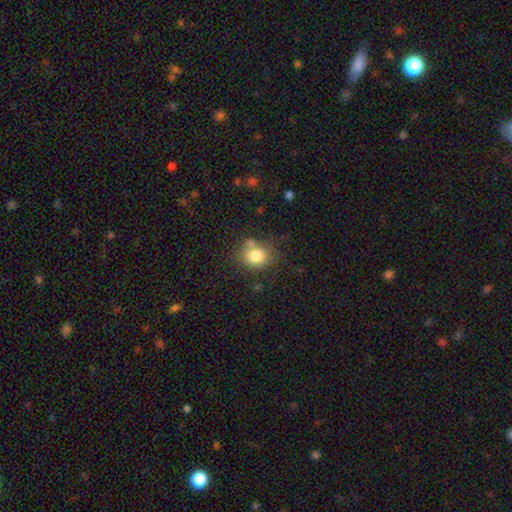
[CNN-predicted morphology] Overall: smooth (80%). How rounded: round (65%; in between 34%). Merging: none (65%).